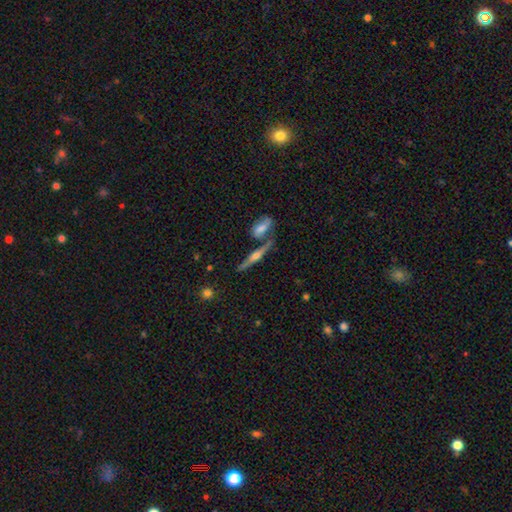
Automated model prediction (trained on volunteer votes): A featured or disk galaxy (72%) viewed edge-on (96%) with a rounded central bulge (90%).

Vote fractions:
- Smooth or featured? featured or disk: 72% / smooth: 21% / star or artifact: 7%
- Edge-on disk? yes: 96% / no: 4%
- Edge-on bulge? rounded: 90% / boxy: 6% / none: 4%
- Merging? none: 70% / merger: 16% / minor disturbance: 10% / major disturbance: 3%